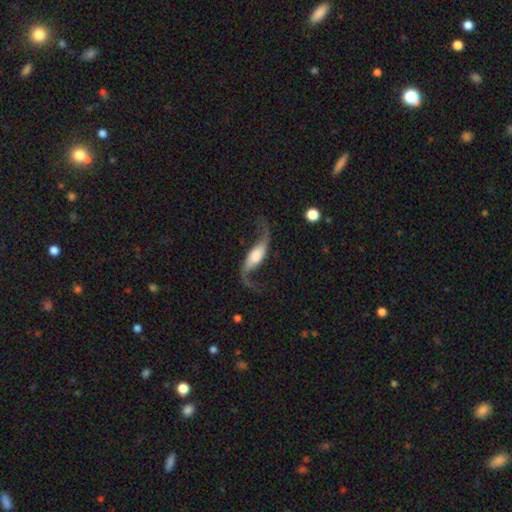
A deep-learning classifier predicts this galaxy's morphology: This appears to be a featured or disk galaxy (85%) with no bar (46%), 2 (94%) loose (94%) spiral arms (96%) and a large central bulge (33%). Merging: none (70%).